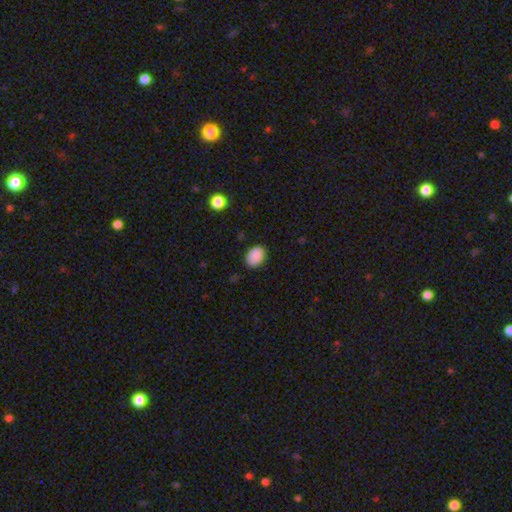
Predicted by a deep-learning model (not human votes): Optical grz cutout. It shows a smooth galaxy with no disk features (89%) that is in between round and cigar-shaped (72%). Merging: none (84%).